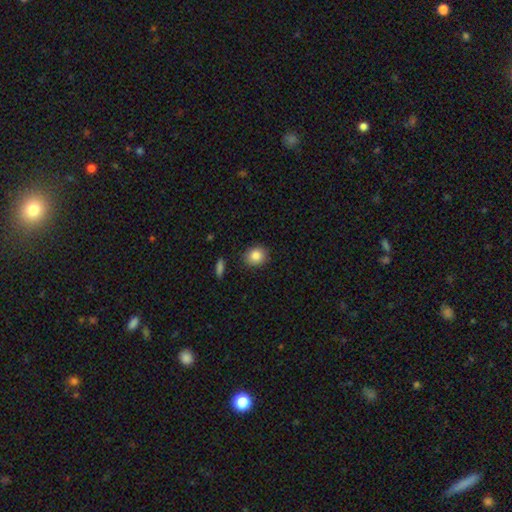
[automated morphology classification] Smooth or featured? Predicted: smooth (p=0.85). How rounded? Predicted: round (p=0.76). Merging? Predicted: none (p=0.88).